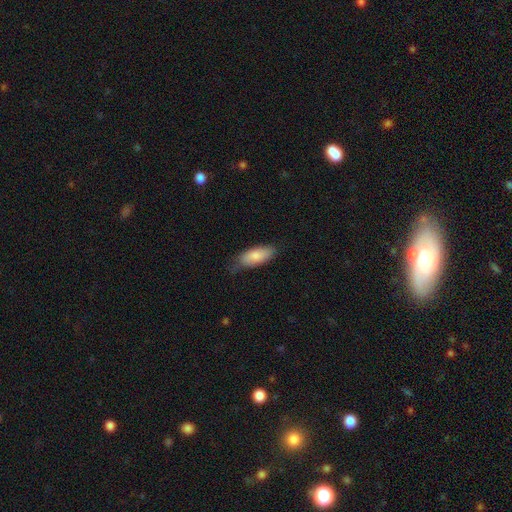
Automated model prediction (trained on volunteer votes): smooth_or_featured: smooth (p=0.82) [alt: featured or disk p=0.12]
how_rounded: in between (p=0.83) [alt: cigar-shaped p=0.15]
merging: none (p=0.65) [alt: minor disturbance p=0.28]